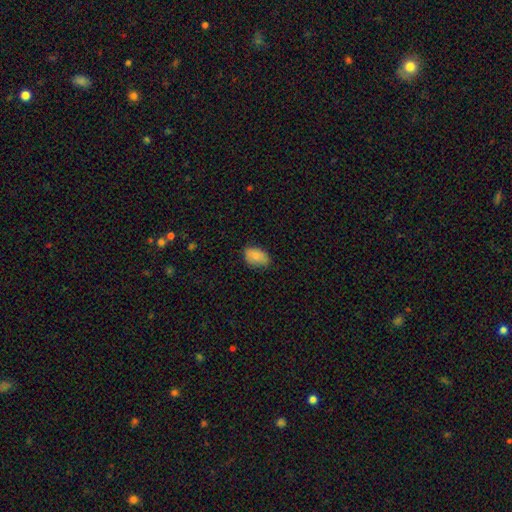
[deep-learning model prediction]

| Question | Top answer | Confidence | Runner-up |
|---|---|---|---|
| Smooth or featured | smooth | 85% | featured or disk (8%) |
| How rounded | in between | 89% | round (10%) |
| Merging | none | 73% | minor disturbance (22%) |